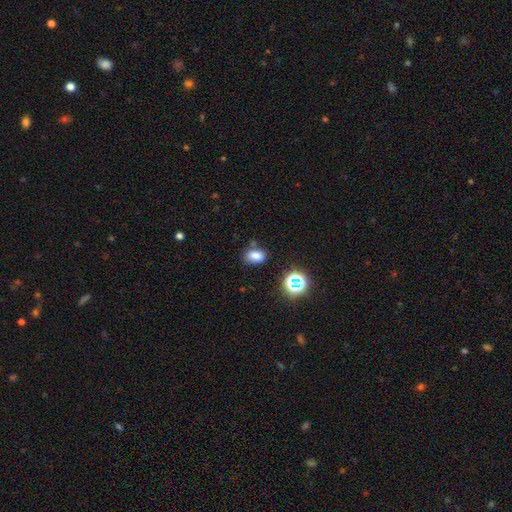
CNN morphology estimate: Smooth or featured?
  - smooth: 77% *
  - star or artifact: 16%
  - featured or disk: 7%
How rounded?
  - in between: 77% *
  - round: 21%
  - cigar-shaped: 1%
Merging?
  - none: 72% *
  - minor disturbance: 16%
  - merger: 8%
  - major disturbance: 4%